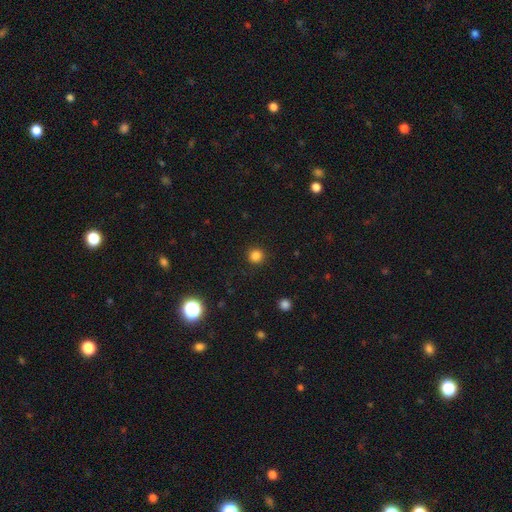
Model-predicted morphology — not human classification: smooth-or-featured: smooth: 84% | star or artifact: 13% | featured or disk: 3%
  how-rounded: round: 94% | in between: 5% | cigar-shaped: 1%
  merging: none: 91% | minor disturbance: 5% | major disturbance: 2% | merger: 1%